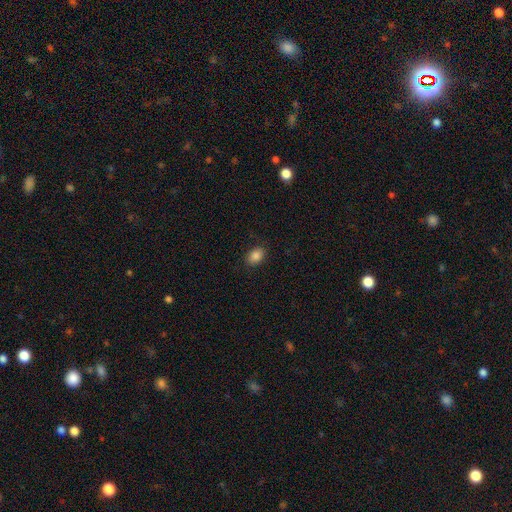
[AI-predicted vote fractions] The model was most divided on "how rounded": in between: 79%, round: 20%, cigar-shaped: 1%. More confident: merging — none (87%); smooth or featured — smooth (86%).